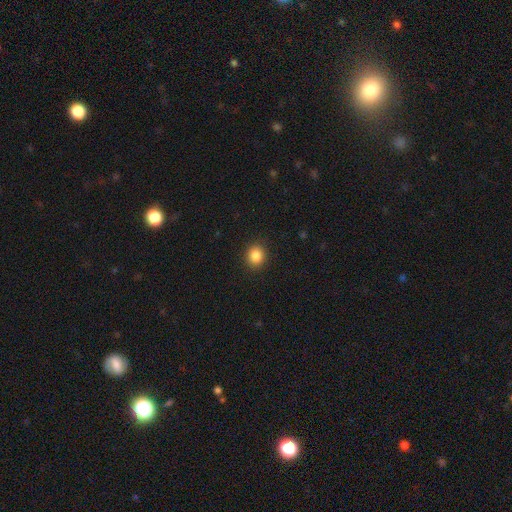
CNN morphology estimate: Overall: smooth (86%). How rounded: round (79%). Merging: none (90%).